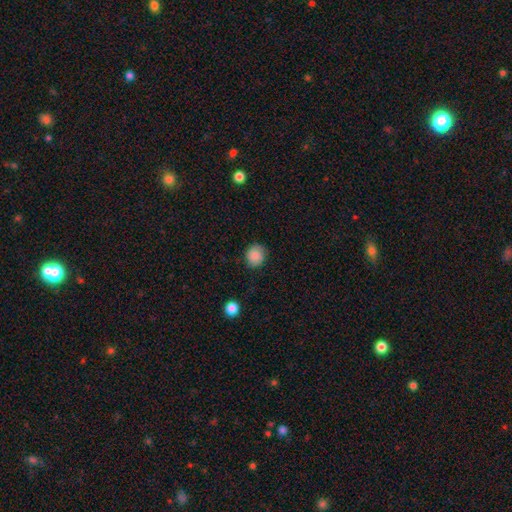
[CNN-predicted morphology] A smooth galaxy with no disk features (83%) that is round (79%).

Vote fractions:
- Smooth or featured? smooth: 83% / star or artifact: 8% / featured or disk: 8%
- How rounded? round: 79% / in between: 20% / cigar-shaped: 1%
- Merging? none: 81% / minor disturbance: 15% / major disturbance: 3% / merger: 1%